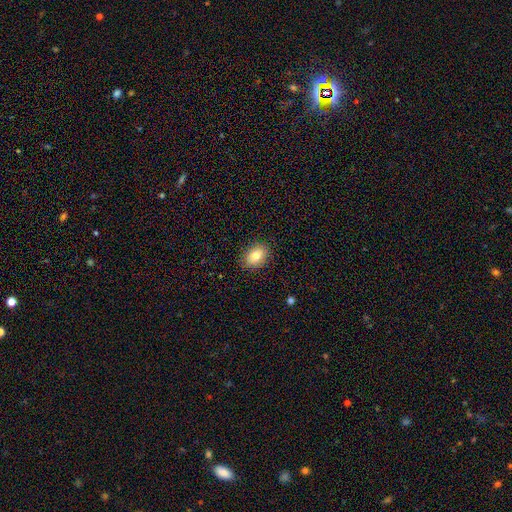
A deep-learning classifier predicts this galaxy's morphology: Smooth or featured? smooth (78%)
How rounded? in between (76%)
Merging? none (89%)